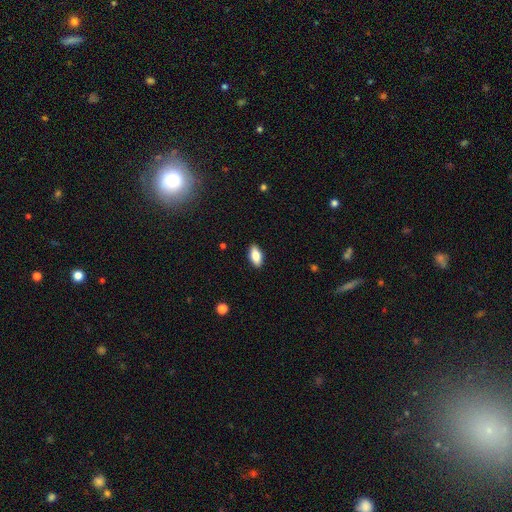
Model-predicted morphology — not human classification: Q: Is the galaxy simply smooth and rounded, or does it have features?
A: smooth — 81%.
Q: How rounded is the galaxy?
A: in between — 89%.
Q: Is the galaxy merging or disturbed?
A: none — 89%.